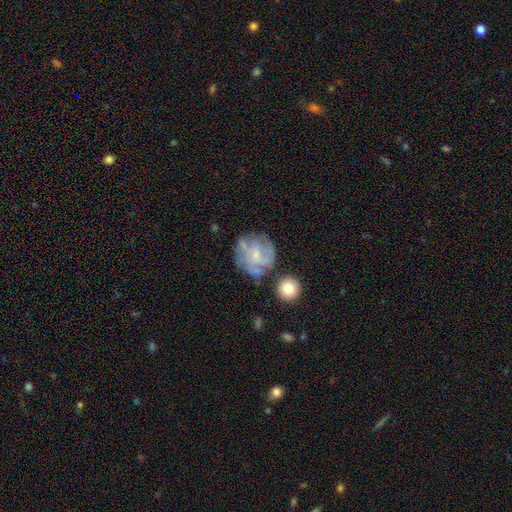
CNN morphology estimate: Smooth or featured: featured or disk — 56% (smooth — 35%)
Edge-on disk: no — 97% (yes — 3%)
Bar: no — 65% (weak — 31%)
Spiral arms: yes — 65% (no — 35%)
Bulge size: small — 53% (moderate — 32%)
Merging: none — 57% (minor disturbance — 22%)